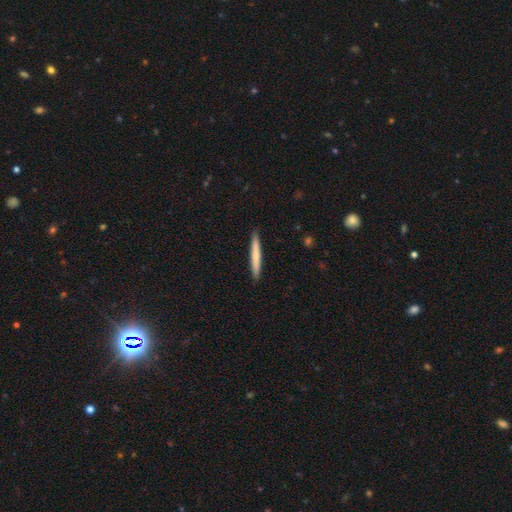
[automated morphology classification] This appears to be a smooth galaxy with no disk features (70%) that is cigar-shaped (96%). Merging: none (92%).